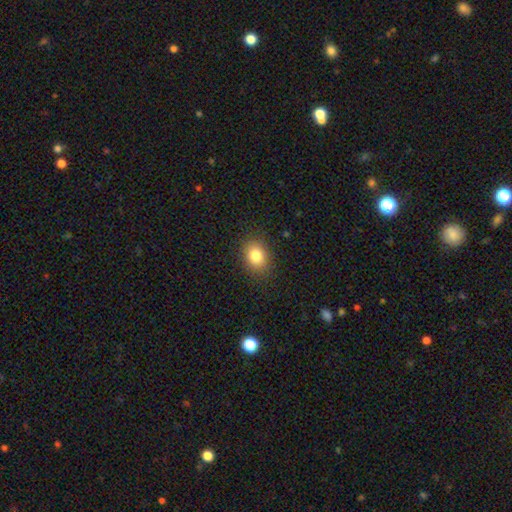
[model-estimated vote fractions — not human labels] Q: Smooth or featured?
A: smooth (82%); runner-up: star or artifact (10%)
Q: How rounded?
A: in between (57%); runner-up: round (42%)
Q: Merging?
A: none (88%); runner-up: minor disturbance (9%)